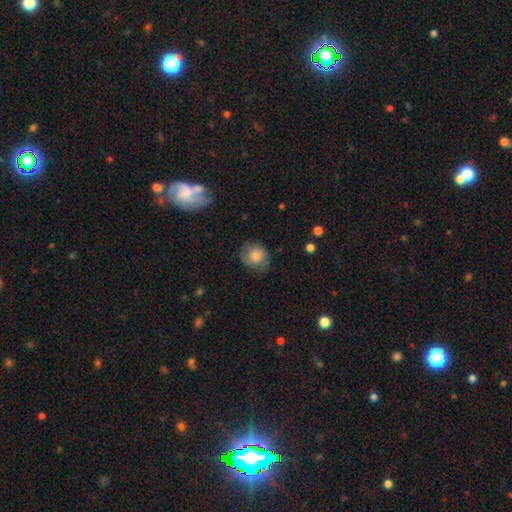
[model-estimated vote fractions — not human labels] This is likely a smooth galaxy (76%). How rounded: likely round (77%). Merging: likely none (63%).